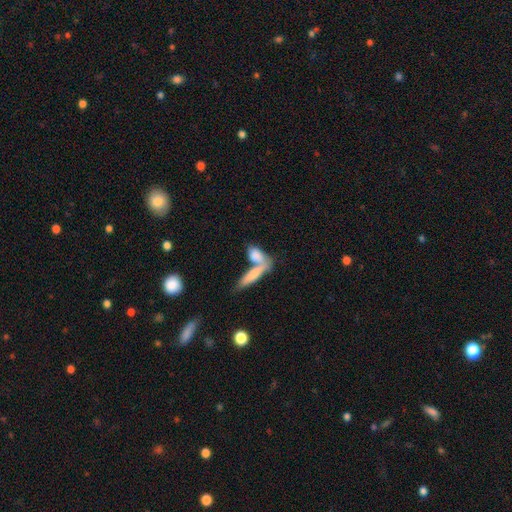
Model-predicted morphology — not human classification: smooth 75%, featured or disk 18%, star or artifact 6%. Down the decision tree: how rounded — in between (64%); merging — merger (60%).